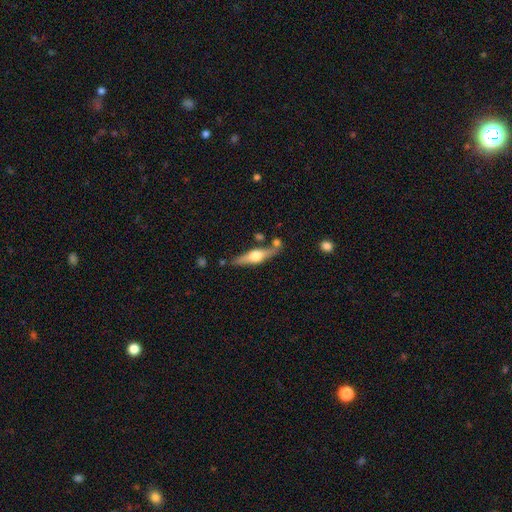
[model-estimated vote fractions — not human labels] Morphology: type=featured or disk (68%); edge-on=yes (96%); edge-on bulge=rounded (94%); merging=none (77%).